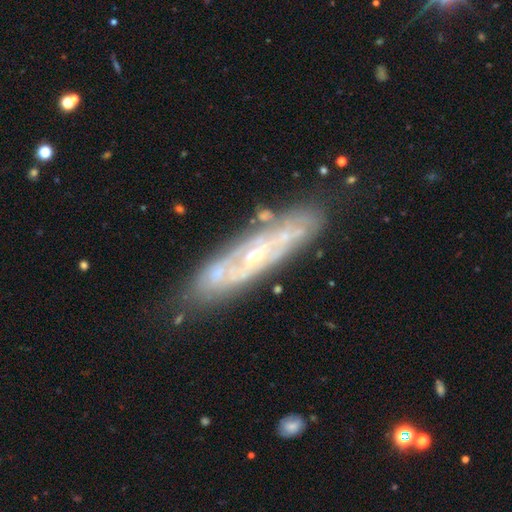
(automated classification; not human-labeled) A featured or disk galaxy (80%) with no bar (69%), spiral arms (69%) and a small central bulge (69%). Merging: none (77%).